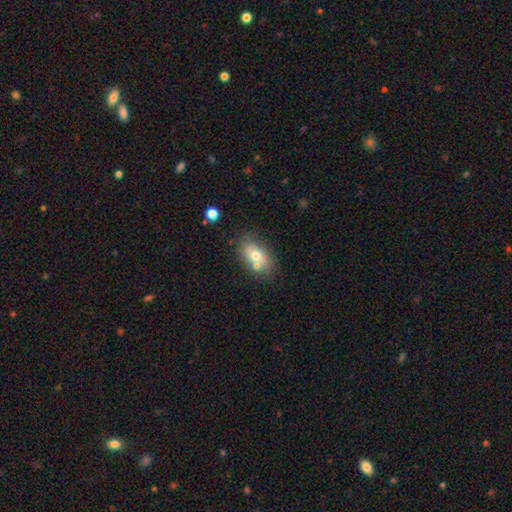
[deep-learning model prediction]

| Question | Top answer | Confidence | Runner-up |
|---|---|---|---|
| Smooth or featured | smooth | 69% | featured or disk (22%) |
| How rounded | in between | 84% | round (12%) |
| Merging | none | 63% | merger (18%) |